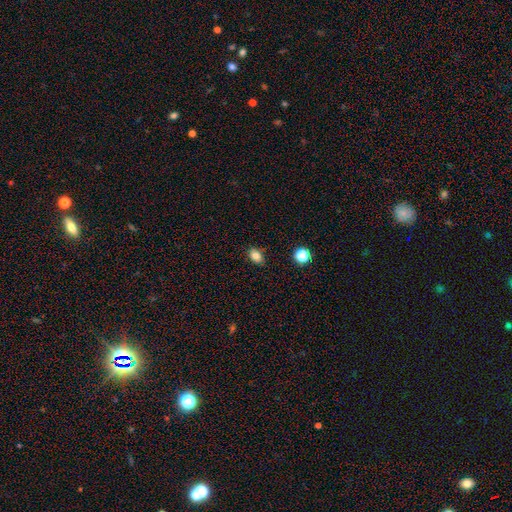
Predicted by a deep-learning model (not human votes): smooth-or-featured: smooth: 82% | star or artifact: 11% | featured or disk: 7%
  how-rounded: in between: 76% | round: 22% | cigar-shaped: 1%
  merging: none: 85% | minor disturbance: 11% | major disturbance: 2% | merger: 2%